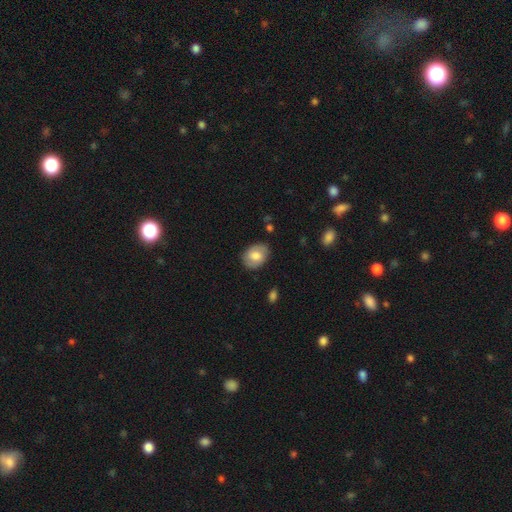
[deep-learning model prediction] smooth-or-featured: smooth: 65% | featured or disk: 28% | star or artifact: 7%
  how-rounded: in between: 70% | round: 29% | cigar-shaped: 1%
  merging: none: 81% | minor disturbance: 14% | major disturbance: 3% | merger: 1%